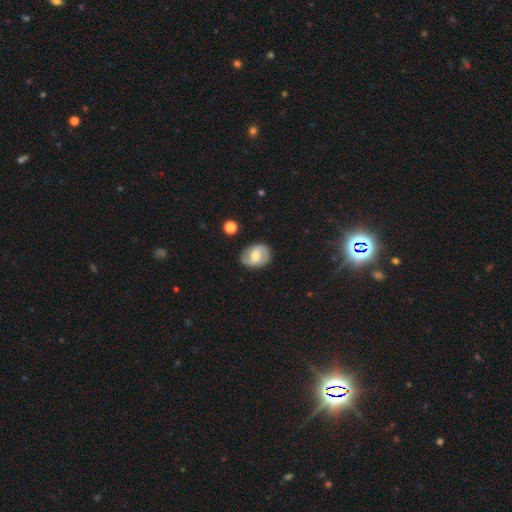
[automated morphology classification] smooth-or-featured: featured or disk: 59% | smooth: 34% | star or artifact: 7%
  disk-edge-on: no: 97% | yes: 3%
    bar: weak: 45% | no: 43% | strong: 12%
    has-spiral-arms: yes: 85% | no: 15%
    bulge-size: moderate: 63% | small: 28% | large: 5% | none: 2% | dominant: 1%
  merging: none: 80% | minor disturbance: 15% | major disturbance: 4% | merger: 2%